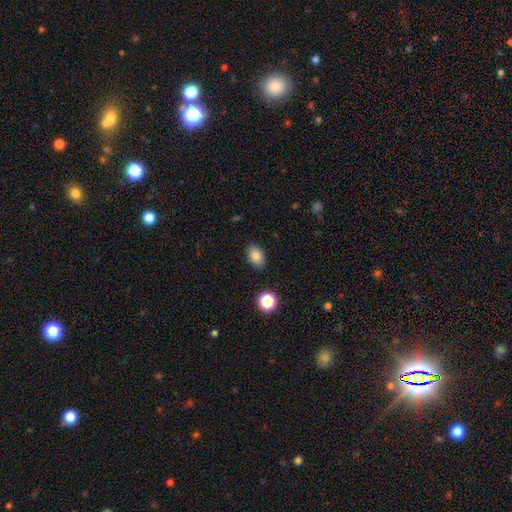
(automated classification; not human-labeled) Q: Smooth or featured?
A: smooth (84%); runner-up: star or artifact (10%)
Q: How rounded?
A: in between (84%); runner-up: round (15%)
Q: Merging?
A: none (87%); runner-up: minor disturbance (9%)